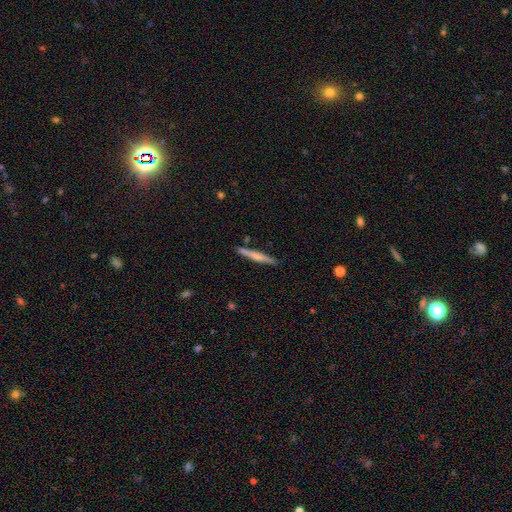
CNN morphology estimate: Smooth or featured? smooth (51%)
How rounded? cigar-shaped (95%)
Merging? none (87%)